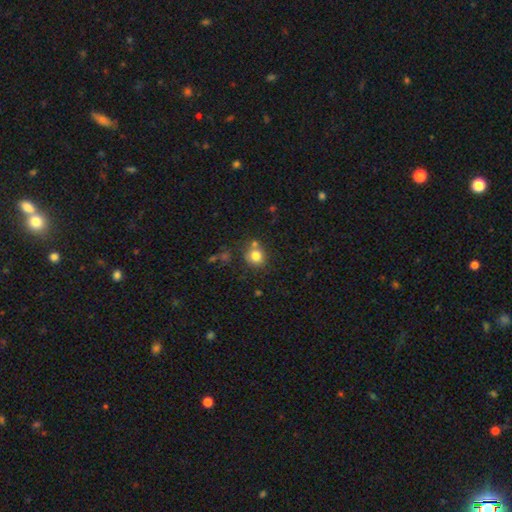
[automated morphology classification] Q: Smooth or featured?
A: smooth (81%); runner-up: star or artifact (11%)
Q: How rounded?
A: round (82%); runner-up: in between (17%)
Q: Merging?
A: none (67%); runner-up: merger (16%)